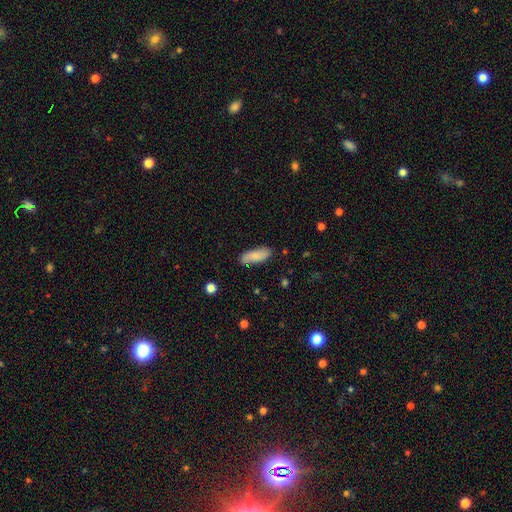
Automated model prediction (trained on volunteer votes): Smooth or featured?
  - smooth: 77% *
  - featured or disk: 17%
  - star or artifact: 6%
How rounded?
  - in between: 65% *
  - cigar-shaped: 33%
  - round: 2%
Merging?
  - none: 81% *
  - minor disturbance: 14%
  - major disturbance: 3%
  - merger: 2%